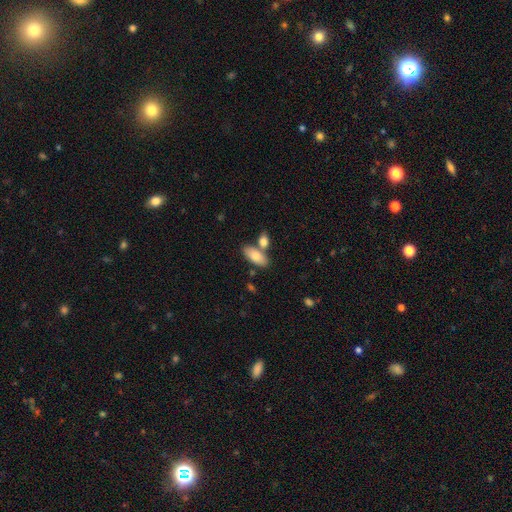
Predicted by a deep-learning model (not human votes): Smooth or featured: smooth — 81% (featured or disk — 13%)
How rounded: in between — 85% (cigar-shaped — 12%)
Merging: none — 61% (merger — 25%)